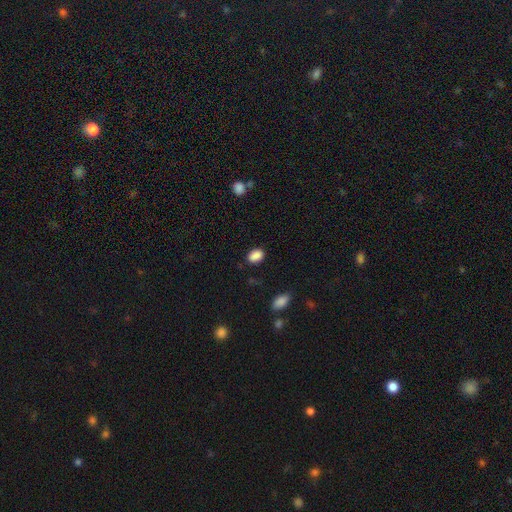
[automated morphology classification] smooth_or_featured: smooth (p=0.88) [alt: star or artifact p=0.08]
how_rounded: in between (p=0.80) [alt: round p=0.19]
merging: none (p=0.83) [alt: minor disturbance p=0.12]